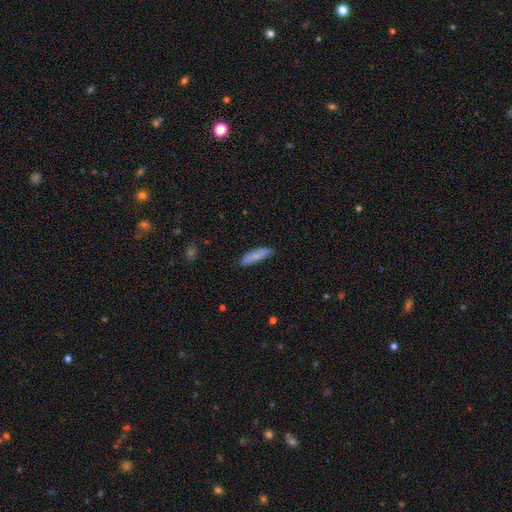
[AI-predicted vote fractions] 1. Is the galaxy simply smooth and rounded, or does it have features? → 71% smooth, 23% featured or disk, 6% star or artifact.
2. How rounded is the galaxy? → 67% cigar-shaped, 31% in between, 2% round.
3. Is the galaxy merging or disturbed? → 79% none, 16% minor disturbance, 3% major disturbance, 2% merger.